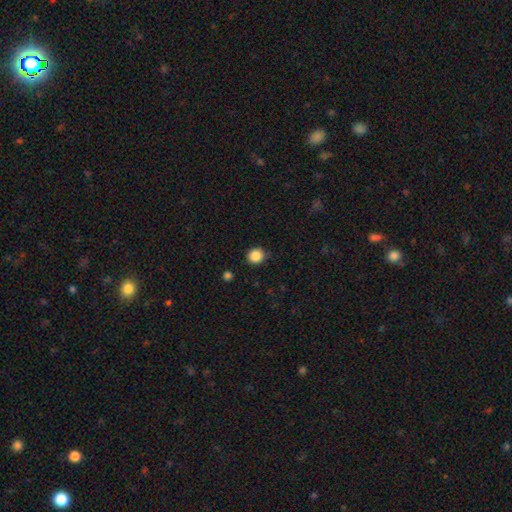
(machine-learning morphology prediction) type=smooth (86%); roundness=round (90%); merging=none (87%).